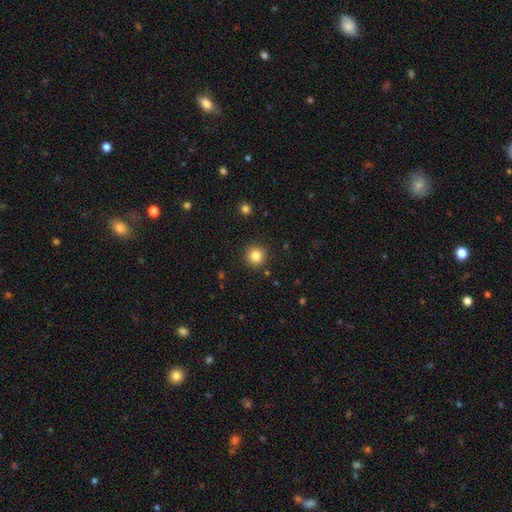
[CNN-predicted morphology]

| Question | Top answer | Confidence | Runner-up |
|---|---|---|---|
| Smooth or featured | smooth | 84% | star or artifact (11%) |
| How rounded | round | 95% | in between (4%) |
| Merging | none | 91% | minor disturbance (6%) |